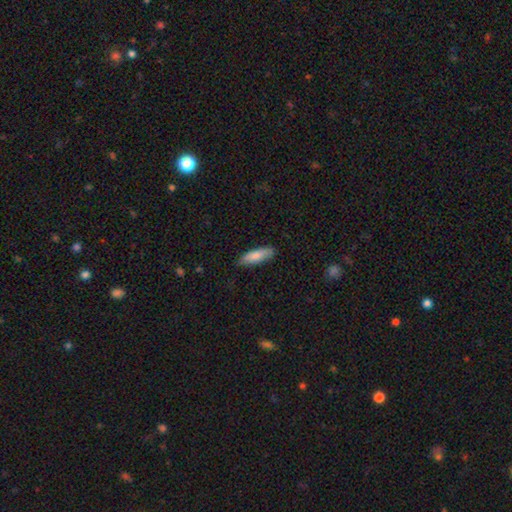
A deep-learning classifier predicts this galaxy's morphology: Smooth or featured?
  - smooth: 82% *
  - featured or disk: 13%
  - star or artifact: 6%
How rounded?
  - in between: 50% *
  - cigar-shaped: 48%
  - round: 2%
Merging?
  - none: 84% *
  - minor disturbance: 12%
  - major disturbance: 2%
  - merger: 1%